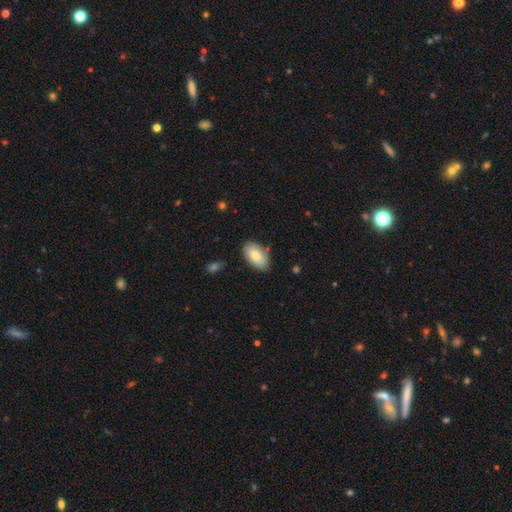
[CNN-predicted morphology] type=smooth (78%); roundness=in between (94%); merging=none (77%).